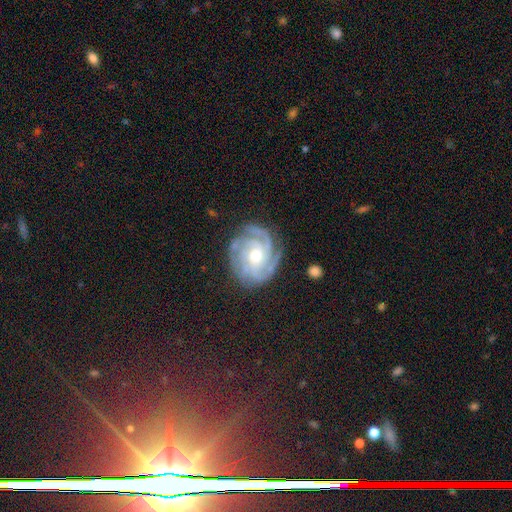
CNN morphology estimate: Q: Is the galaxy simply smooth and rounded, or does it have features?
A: featured or disk — 90%.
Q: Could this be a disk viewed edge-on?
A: no — 98%.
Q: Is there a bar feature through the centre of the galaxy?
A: no — 72%.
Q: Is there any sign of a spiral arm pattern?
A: yes — 98%.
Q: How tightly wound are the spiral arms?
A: tight — 73%.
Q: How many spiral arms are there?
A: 3 — 32%.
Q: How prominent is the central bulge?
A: moderate — 59%.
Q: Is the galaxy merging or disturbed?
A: none — 79%.